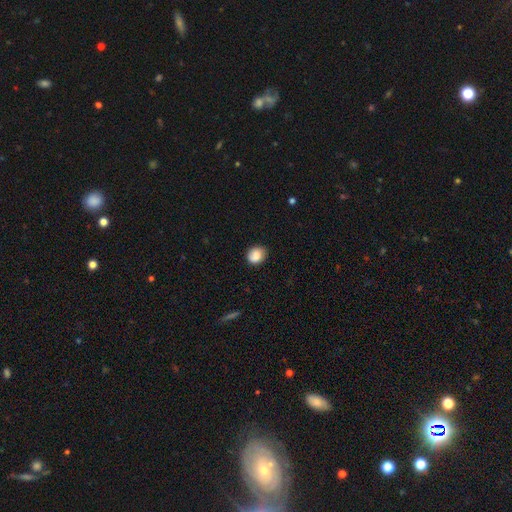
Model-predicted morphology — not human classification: smooth_or_featured: smooth (p=0.83) [alt: featured or disk p=0.09]
how_rounded: round (p=0.69) [alt: in between p=0.30]
merging: none (p=0.79) [alt: minor disturbance p=0.16]